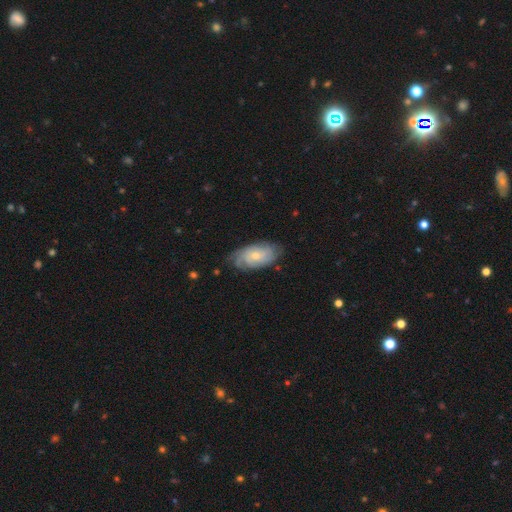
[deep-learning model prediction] The model was most divided on "bulge size": small: 61%, moderate: 35%, large: 1%, none: 1%, dominant: 1%. Remaining: edge-on disk — no (93%); spiral arms — yes (90%); bar — no (76%); merging — none (71%); smooth or featured — featured or disk (68%); spiral winding — tight (65%); spiral arm count — can't tell (46%).